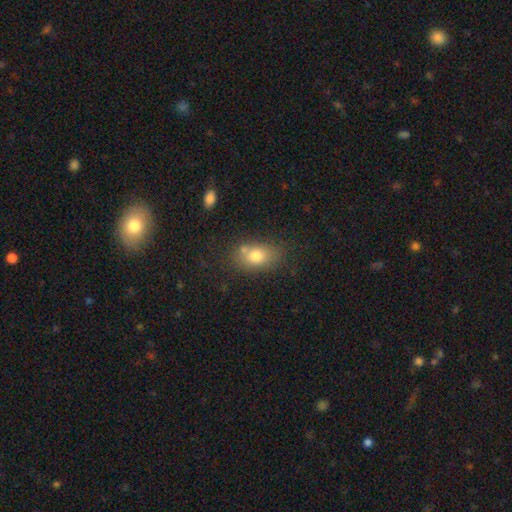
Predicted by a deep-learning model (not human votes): A smooth galaxy with no disk features (77%) that is in between round and cigar-shaped (76%). Merging: none (64%).